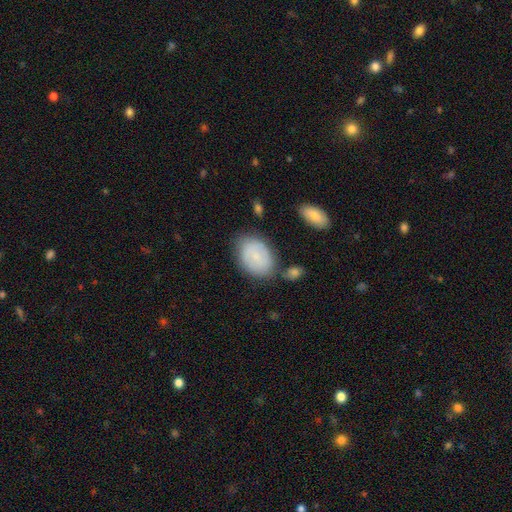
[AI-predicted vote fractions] Morphology: type=smooth (62%); roundness=in between (73%); merging=none (68%).